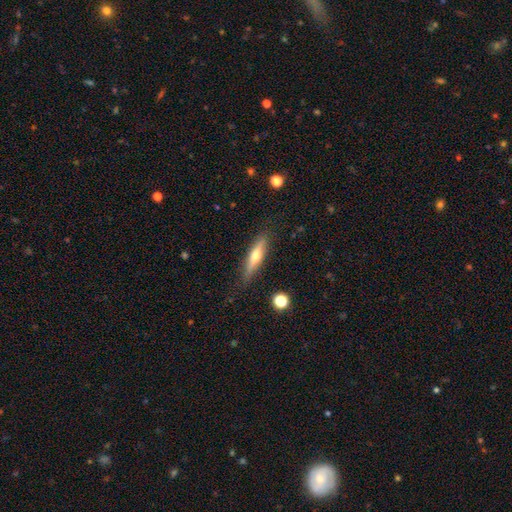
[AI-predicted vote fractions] This is possibly a featured or disk galaxy (49%). Merging: clearly none (85%).